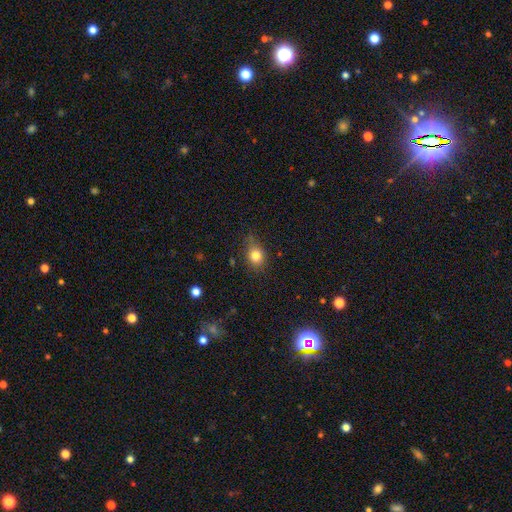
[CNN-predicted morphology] smooth 81%, star or artifact 11%, featured or disk 8%. Down the decision tree: how rounded — round (56%); merging — none (72%).